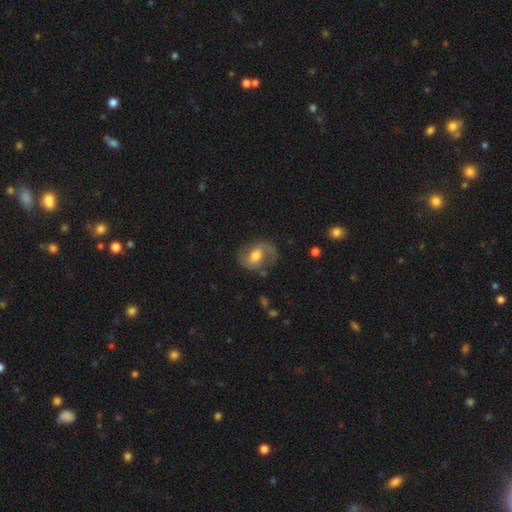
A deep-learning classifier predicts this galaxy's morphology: Smooth or featured? Predicted: featured or disk (p=0.66). Edge-on disk? Predicted: no (p=0.97). Bar? Predicted: weak (p=0.48). Spiral arms? Predicted: yes (p=0.87). Spiral winding? Predicted: medium (p=0.48). Spiral arm count? Predicted: 2 (p=0.86). Bulge size? Predicted: moderate (p=0.66). Merging? Predicted: none (p=0.69).